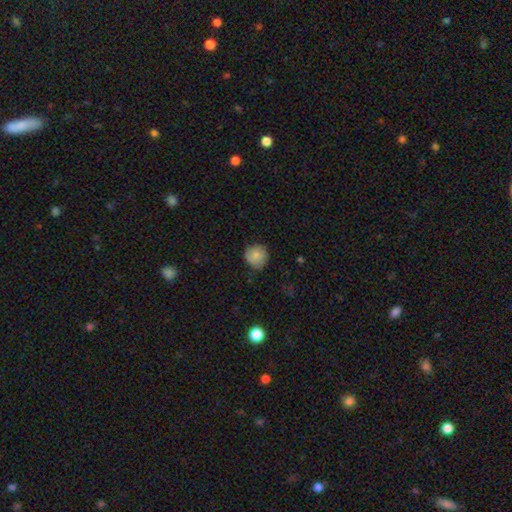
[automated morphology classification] The model was most divided on "merging": none: 77%, minor disturbance: 19%, major disturbance: 3%, merger: 1%. More confident: how rounded — round (92%); smooth or featured — smooth (81%).